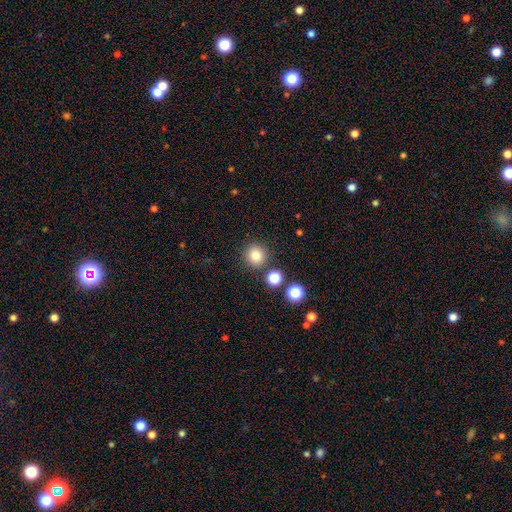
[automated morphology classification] smooth 82%, star or artifact 13%, featured or disk 6%. Down the decision tree: how rounded — round (94%); merging — none (86%).